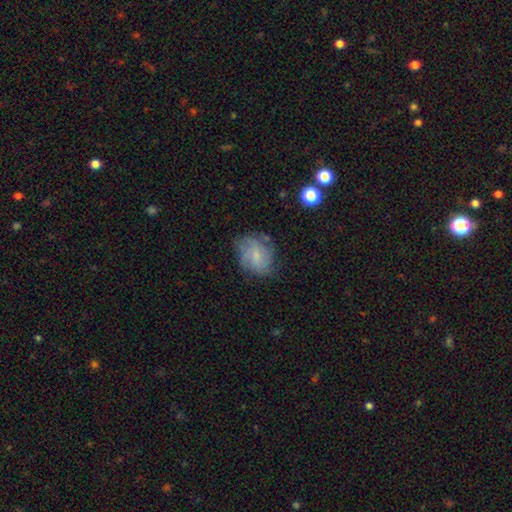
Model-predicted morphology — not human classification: Overall: smooth (49%; featured or disk 41%). Merging: none (60%; minor disturbance 26%).